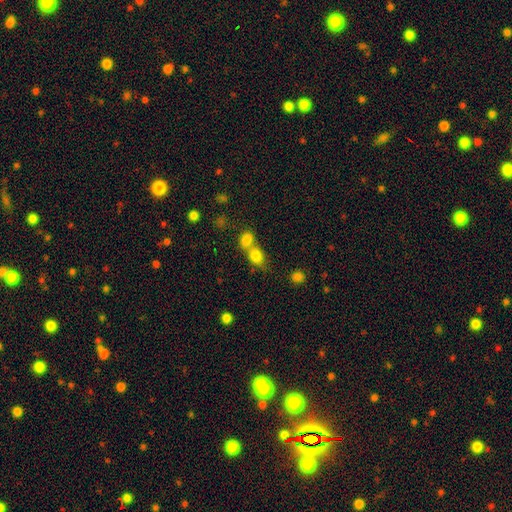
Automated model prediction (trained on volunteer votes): This appears to be a smooth galaxy with no disk features (80%) that is round (51%). Merging: merger (54%).